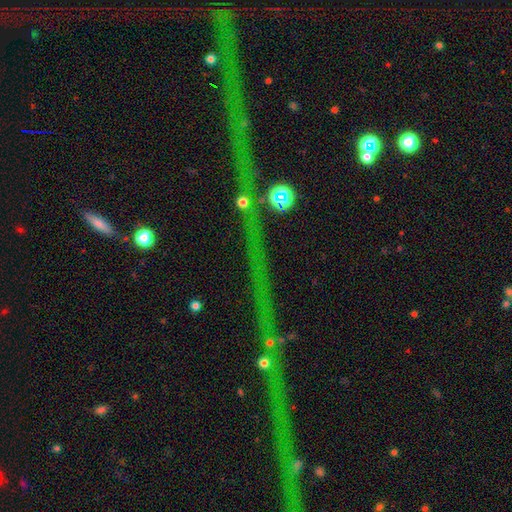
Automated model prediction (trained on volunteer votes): Smooth or featured? star or artifact (78%)